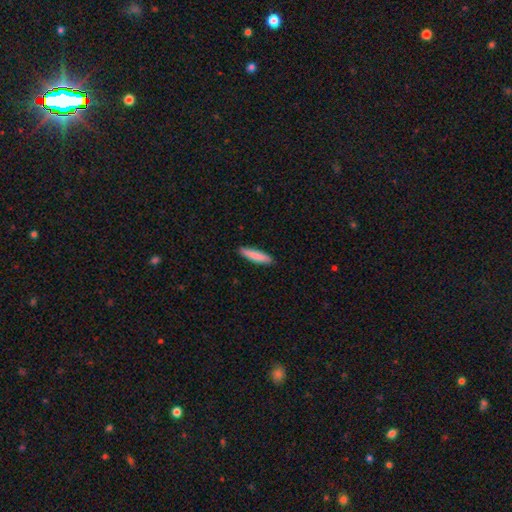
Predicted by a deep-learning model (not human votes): smooth 85%, featured or disk 9%, star or artifact 5%. Down the decision tree: how rounded — cigar-shaped (84%); merging — none (90%).